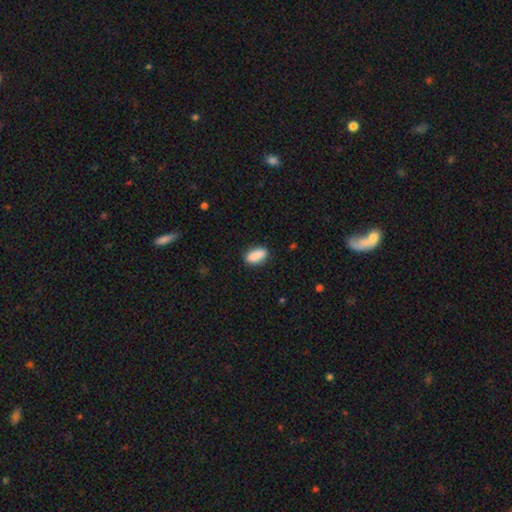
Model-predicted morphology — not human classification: smooth 87%, star or artifact 7%, featured or disk 6%. Down the decision tree: how rounded — in between (81%); merging — none (82%).